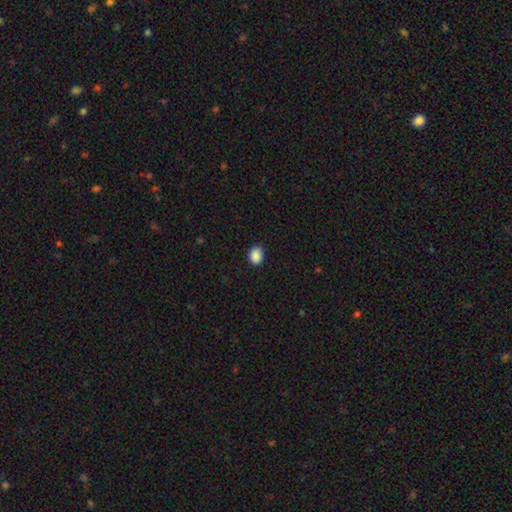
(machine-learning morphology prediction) Q: Smooth or featured?
A: smooth (89%); runner-up: star or artifact (9%)
Q: How rounded?
A: round (51%); runner-up: in between (48%)
Q: Merging?
A: none (87%); runner-up: minor disturbance (10%)